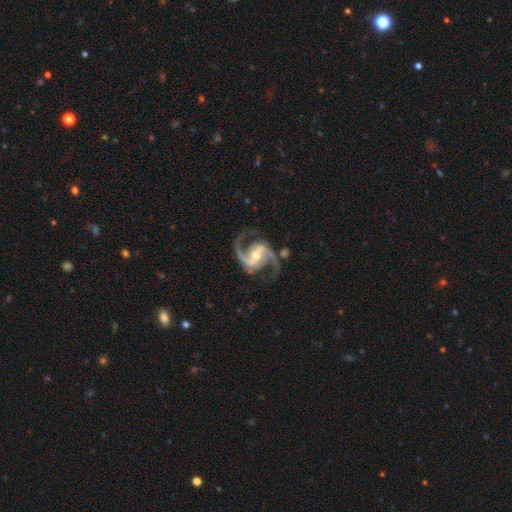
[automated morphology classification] Smooth or featured? Predicted: featured or disk (p=0.93). Edge-on disk? Predicted: no (p=0.98). Bar? Predicted: strong (p=0.46). Spiral arms? Predicted: yes (p=0.98). Spiral winding? Predicted: medium (p=0.62). Spiral arm count? Predicted: 2 (p=0.94). Bulge size? Predicted: moderate (p=0.58). Merging? Predicted: none (p=0.79).